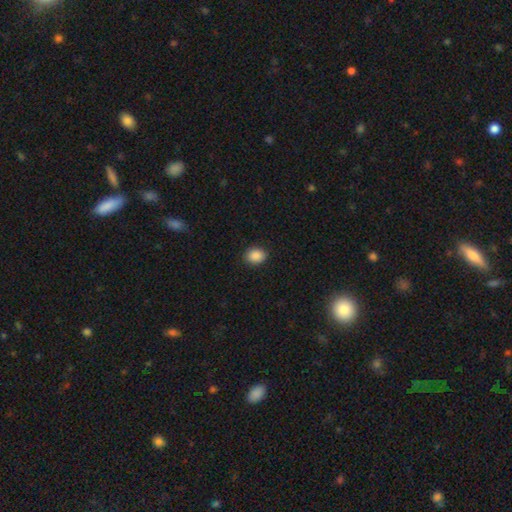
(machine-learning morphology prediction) Q: Smooth or featured?
A: smooth (89%); runner-up: star or artifact (9%)
Q: How rounded?
A: in between (51%); runner-up: round (48%)
Q: Merging?
A: none (89%); runner-up: minor disturbance (8%)